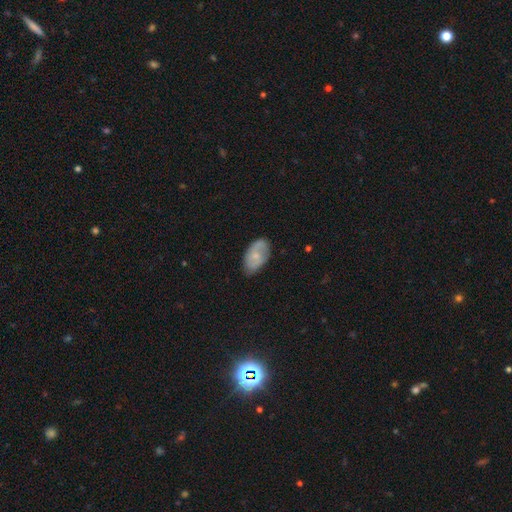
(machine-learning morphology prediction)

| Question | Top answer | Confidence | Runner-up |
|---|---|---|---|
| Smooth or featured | smooth | 57% | featured or disk (36%) |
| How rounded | in between | 93% | round (5%) |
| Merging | none | 72% | minor disturbance (22%) |